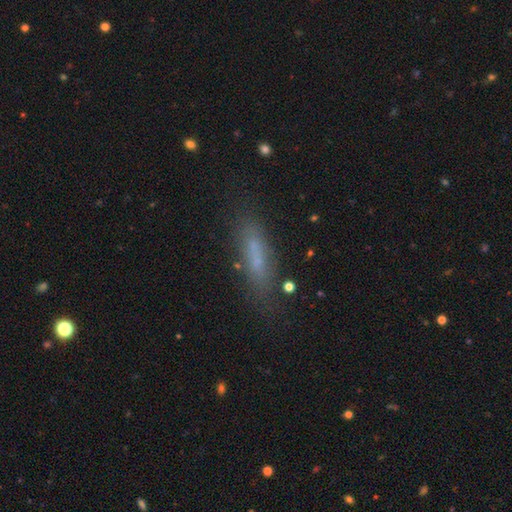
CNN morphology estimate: type=smooth (66%); roundness=cigar-shaped (73%); merging=none (77%).